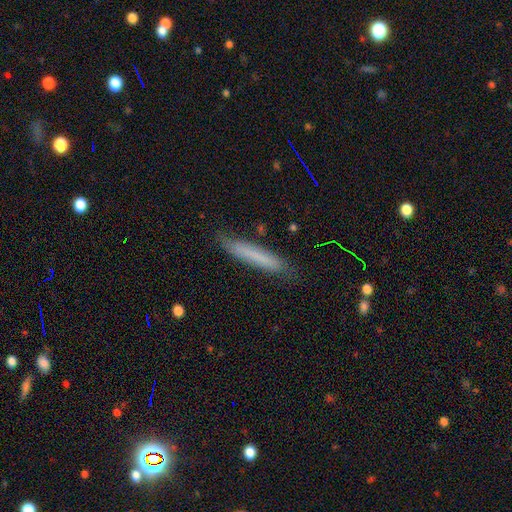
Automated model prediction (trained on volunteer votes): smooth 69%, featured or disk 23%, star or artifact 7%. Down the decision tree: how rounded — cigar-shaped (93%); merging — none (79%).